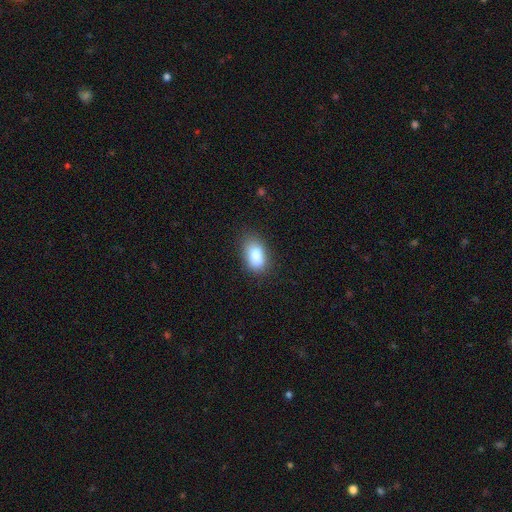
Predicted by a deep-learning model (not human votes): smooth 84%, star or artifact 9%, featured or disk 7%. Down the decision tree: how rounded — in between (89%); merging — none (72%).